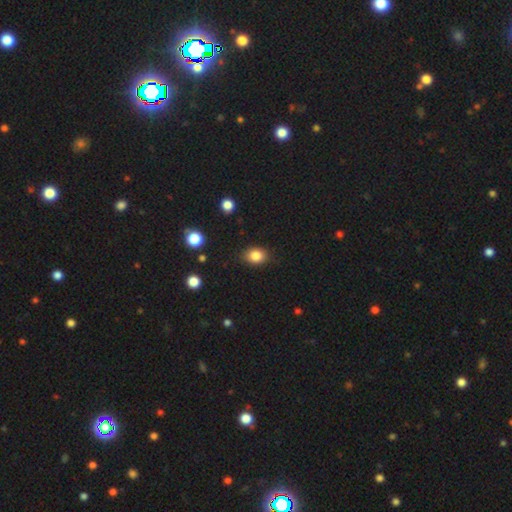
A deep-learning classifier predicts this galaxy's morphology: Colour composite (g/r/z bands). It shows a smooth galaxy with no disk features (84%) that is in between round and cigar-shaped (58%). Merging: none (86%).